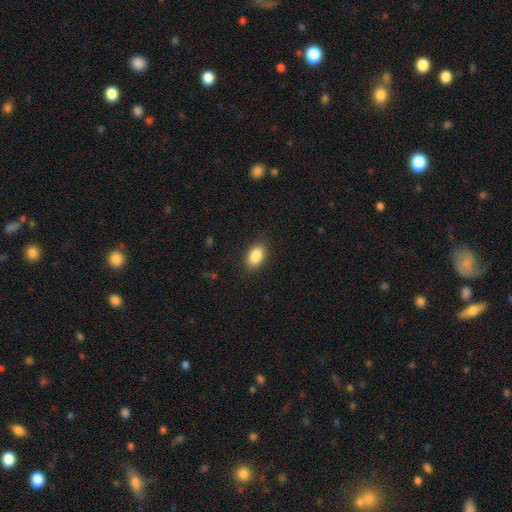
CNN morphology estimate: This is clearly a smooth galaxy (88%). How rounded: clearly in between (92%). Merging: clearly none (88%).